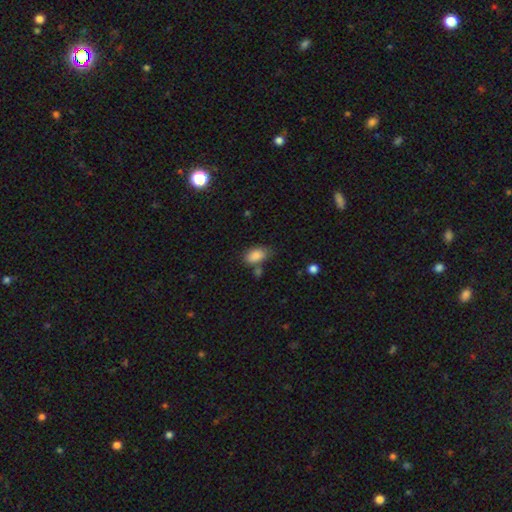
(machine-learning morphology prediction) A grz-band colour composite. It shows a smooth galaxy with no disk features (87%) that is in between round and cigar-shaped (91%). Merging: none (61%).